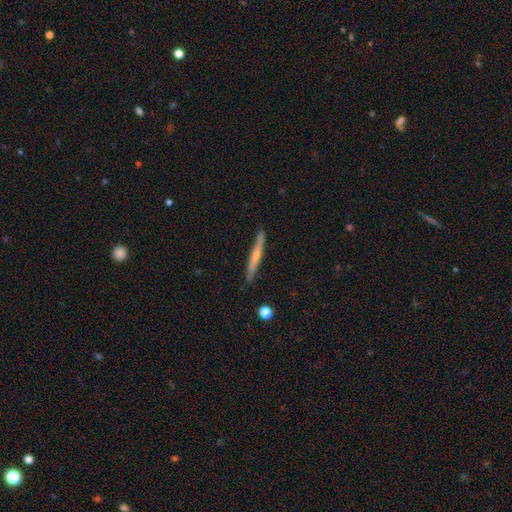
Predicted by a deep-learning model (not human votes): Smooth or featured? Predicted: featured or disk (p=0.52). Edge-on disk? Predicted: yes (p=0.96). Merging? Predicted: none (p=0.88).